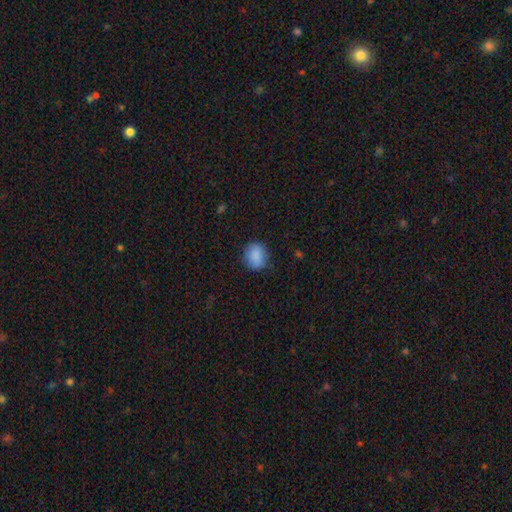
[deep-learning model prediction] This appears to be a smooth galaxy with no disk features (86%) that is round (61%). Merging: none (80%).